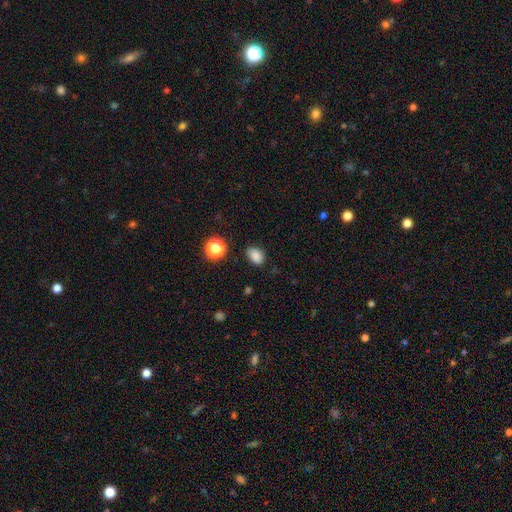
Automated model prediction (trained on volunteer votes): Smooth or featured?
  - smooth: 84% *
  - star or artifact: 12%
  - featured or disk: 4%
How rounded?
  - in between: 74% *
  - round: 25%
  - cigar-shaped: 1%
Merging?
  - none: 81% *
  - minor disturbance: 14%
  - major disturbance: 3%
  - merger: 2%